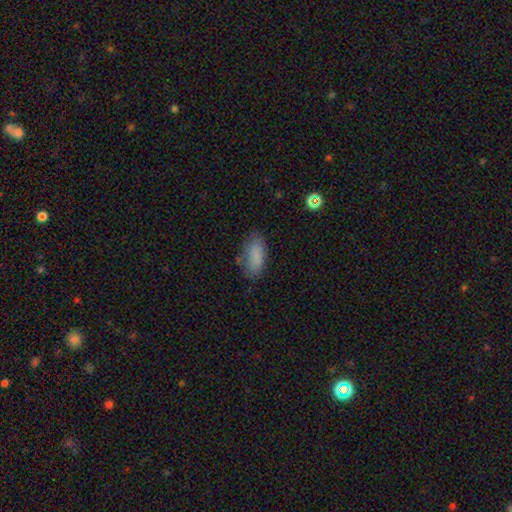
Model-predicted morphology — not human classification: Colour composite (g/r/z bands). It shows a smooth galaxy with no disk features (83%) that is in between round and cigar-shaped (91%). Merging: none (70%).